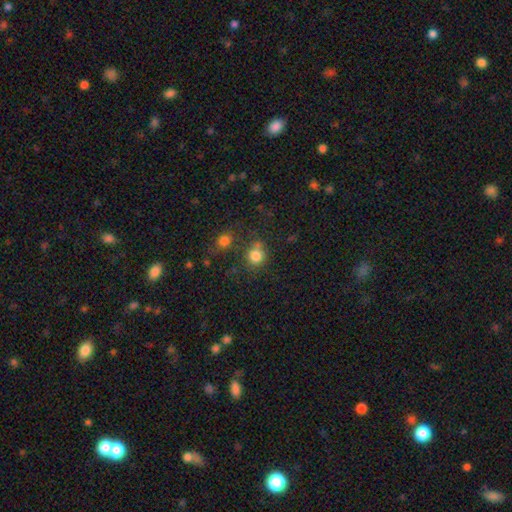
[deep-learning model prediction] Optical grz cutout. It shows a smooth galaxy with no disk features (81%) that is round (85%). Merging: none (64%).